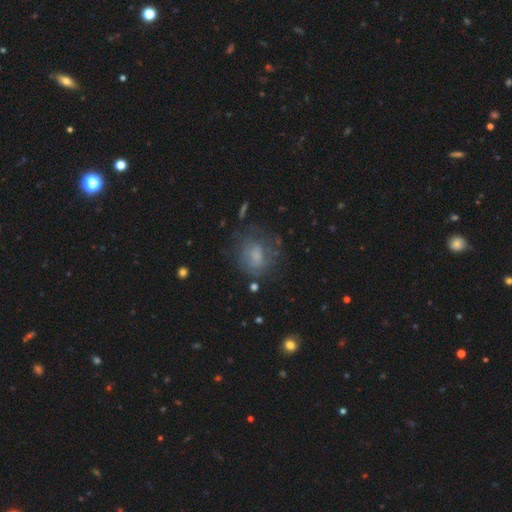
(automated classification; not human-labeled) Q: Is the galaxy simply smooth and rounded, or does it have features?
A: smooth — 57%.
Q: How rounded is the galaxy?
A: round — 57%.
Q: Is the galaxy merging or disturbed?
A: none — 57%.